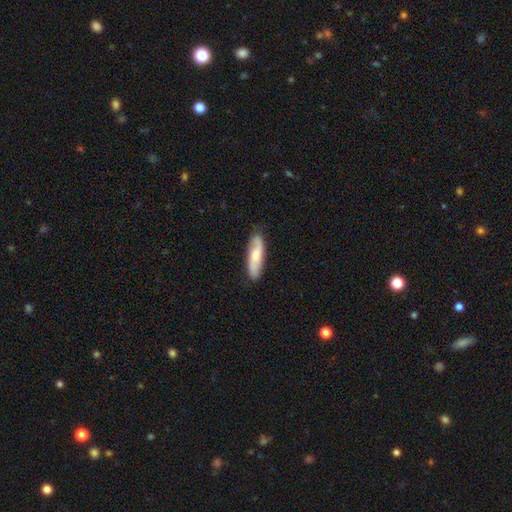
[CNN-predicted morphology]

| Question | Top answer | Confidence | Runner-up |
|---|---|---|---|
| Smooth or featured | smooth | 54% | featured or disk (40%) |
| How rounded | cigar-shaped | 58% | in between (40%) |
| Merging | none | 84% | minor disturbance (13%) |